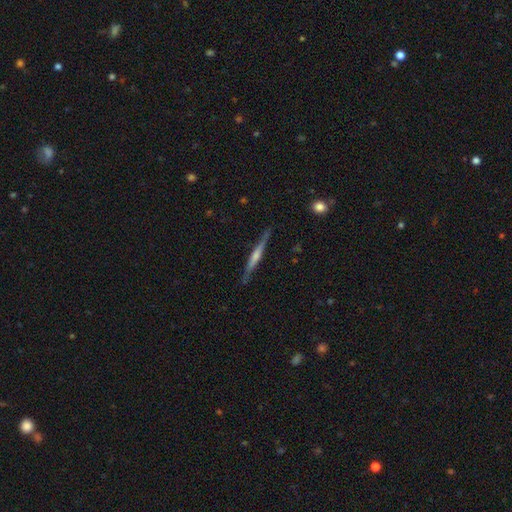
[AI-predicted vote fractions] Smooth or featured?
  - featured or disk: 77% *
  - smooth: 17%
  - star or artifact: 6%
Edge-on disk?
  - yes: 98% *
  - no: 2%
Edge-on bulge?
  - rounded: 70% *
  - none: 18%
  - boxy: 13%
Merging?
  - none: 89% *
  - minor disturbance: 8%
  - major disturbance: 2%
  - merger: 1%